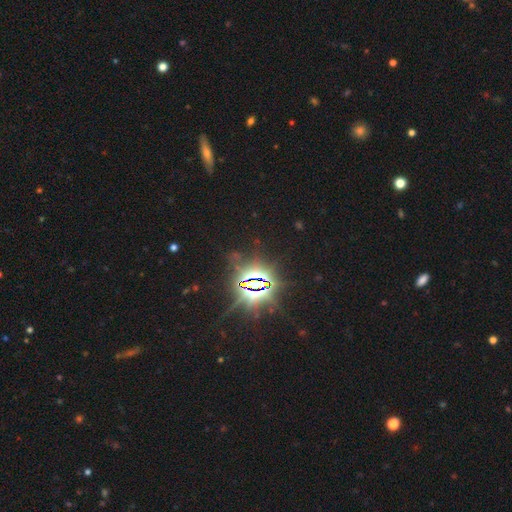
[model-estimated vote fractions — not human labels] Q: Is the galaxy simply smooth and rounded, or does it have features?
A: star or artifact — 84%.